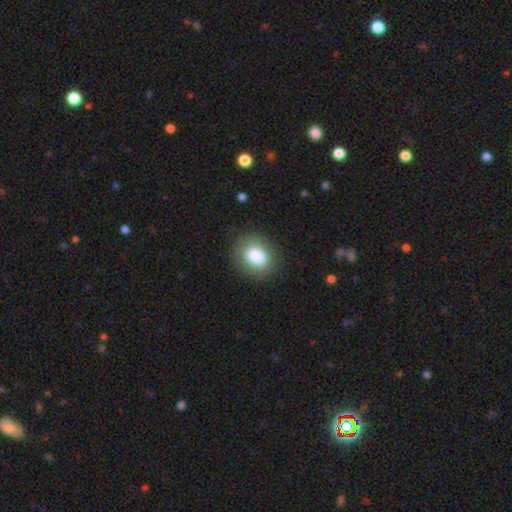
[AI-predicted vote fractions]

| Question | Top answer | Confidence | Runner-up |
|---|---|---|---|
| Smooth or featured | smooth | 82% | featured or disk (9%) |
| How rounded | round | 51% | in between (48%) |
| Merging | none | 83% | minor disturbance (12%) |